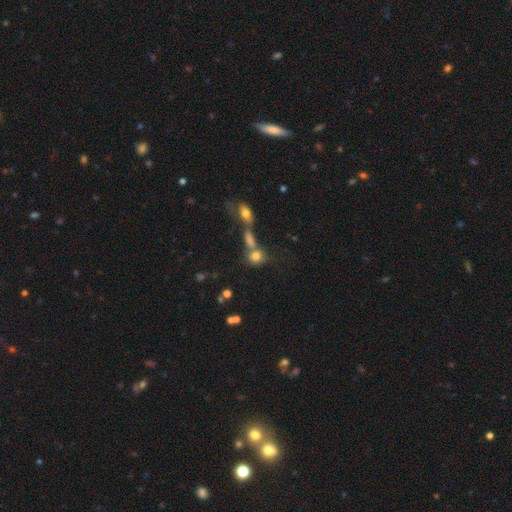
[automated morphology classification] This is likely a smooth galaxy (76%). How rounded: likely round (62%). Merging: marginally merger (44%).